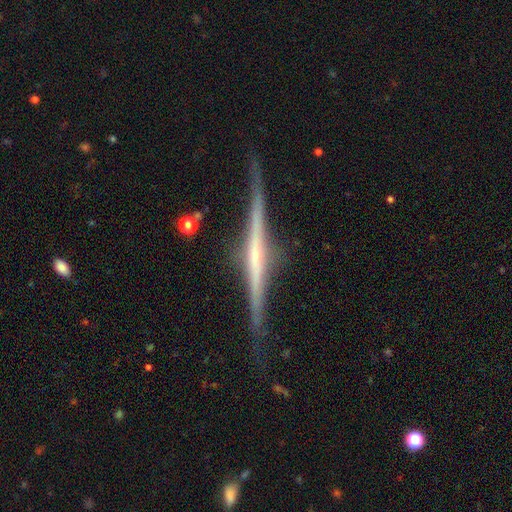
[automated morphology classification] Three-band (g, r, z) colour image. It shows a featured or disk galaxy (86%) viewed edge-on (98%) with a rounded central bulge (53%). Merging: none (84%).